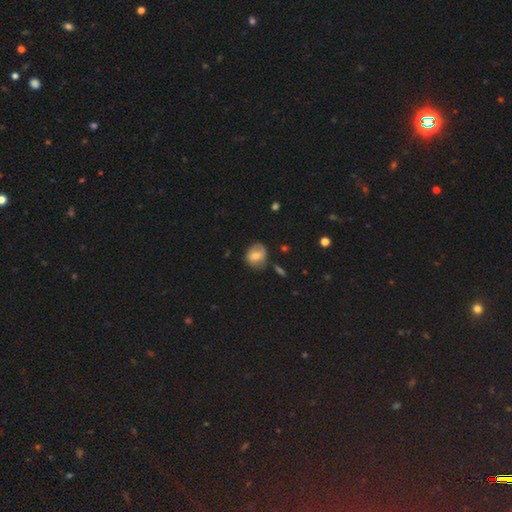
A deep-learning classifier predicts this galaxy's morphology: Overall: smooth (64%; featured or disk 28%). How rounded: round (66%; in between 33%). Merging: none (66%).